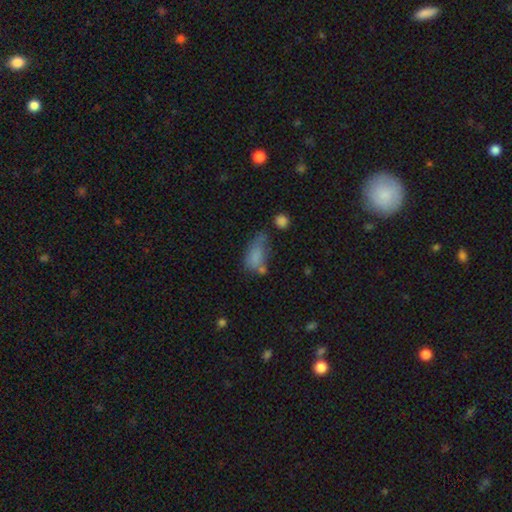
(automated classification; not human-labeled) smooth-or-featured: smooth: 74% | featured or disk: 15% | star or artifact: 11%
  how-rounded: in between: 86% | cigar-shaped: 7% | round: 6%
  merging: none: 33% | minor disturbance: 30% | major disturbance: 24% | merger: 14%